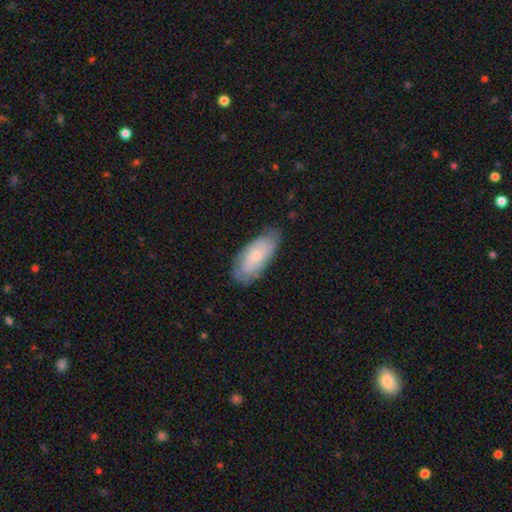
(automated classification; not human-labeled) Smooth or featured?
  - smooth: 52% *
  - featured or disk: 42%
  - star or artifact: 7%
How rounded?
  - in between: 84% *
  - cigar-shaped: 14%
  - round: 2%
Merging?
  - none: 70% *
  - minor disturbance: 24%
  - major disturbance: 5%
  - merger: 1%